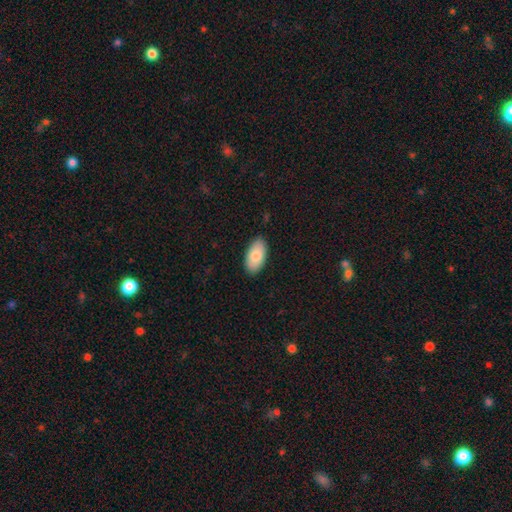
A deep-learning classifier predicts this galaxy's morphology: A smooth galaxy with no disk features (82%) that is in between round and cigar-shaped (95%). Merging: none (87%).